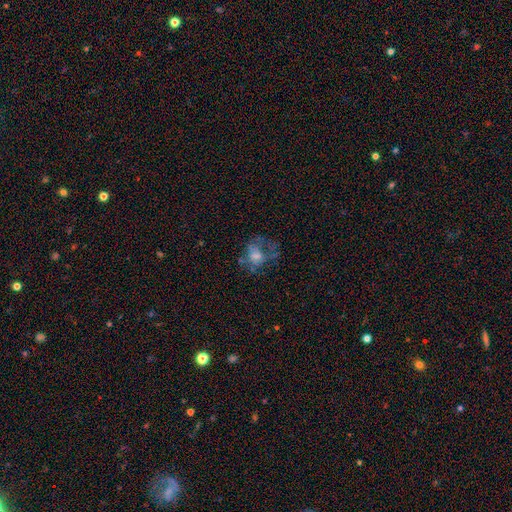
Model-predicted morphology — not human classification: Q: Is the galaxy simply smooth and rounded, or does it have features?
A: featured or disk — 42%.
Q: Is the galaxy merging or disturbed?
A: major disturbance — 41%.